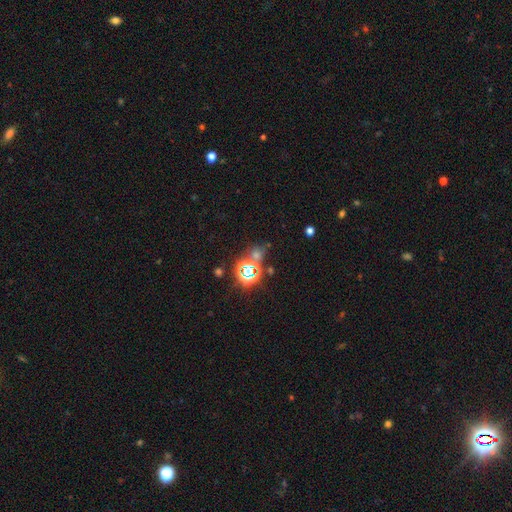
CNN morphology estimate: Overall: star or artifact (71%).